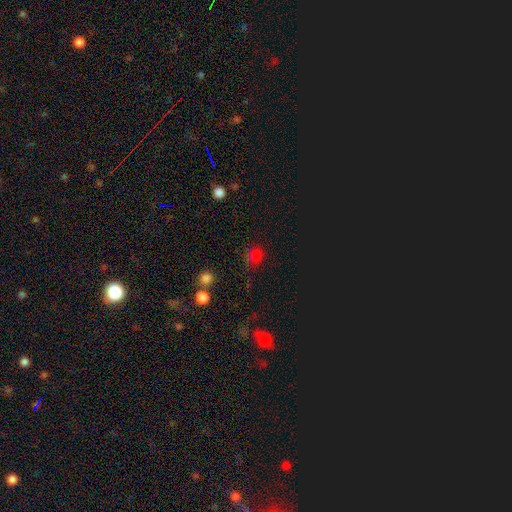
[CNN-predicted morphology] This is likely a smooth galaxy (60%). How rounded: likely round (79%). Merging: likely none (73%).